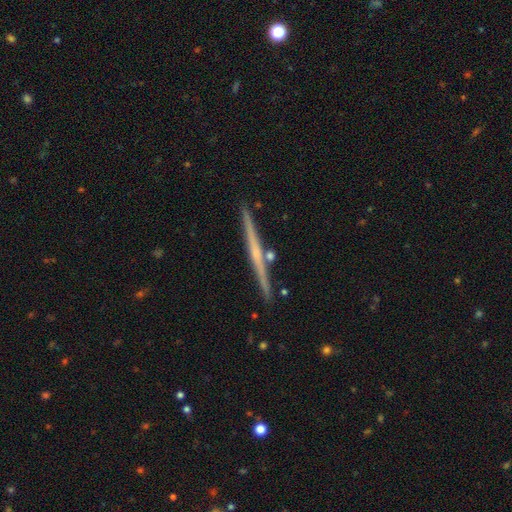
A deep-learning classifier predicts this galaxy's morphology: Smooth or featured? featured or disk (69%)
Edge-on disk? yes (98%)
Edge-on bulge? none (58%)
Merging? none (88%)